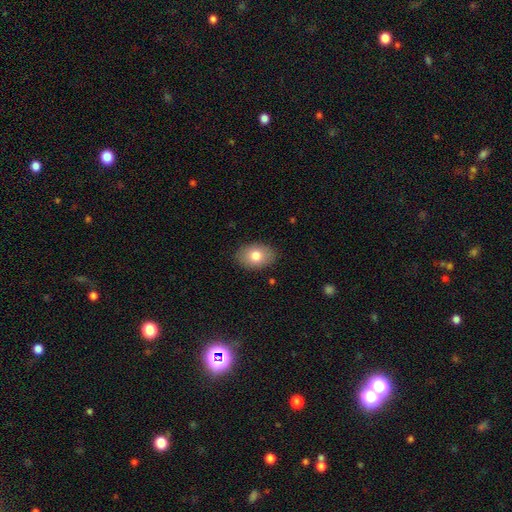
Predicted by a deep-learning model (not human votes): Smooth or featured?
  - smooth: 78% *
  - featured or disk: 14%
  - star or artifact: 8%
How rounded?
  - in between: 82% *
  - round: 17%
  - cigar-shaped: 1%
Merging?
  - none: 87% *
  - minor disturbance: 9%
  - major disturbance: 2%
  - merger: 1%